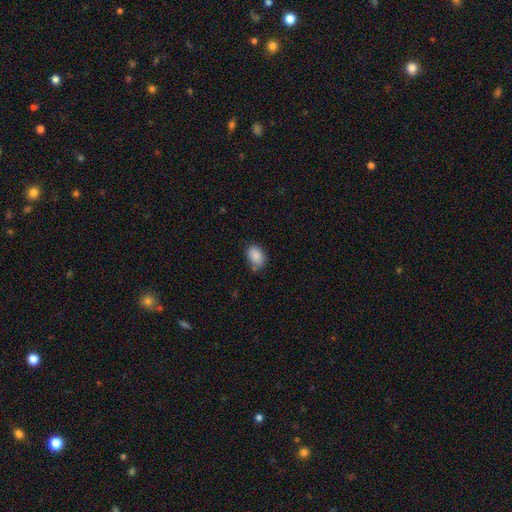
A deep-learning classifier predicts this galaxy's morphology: This appears to be a smooth galaxy with no disk features (88%) that is in between round and cigar-shaped (83%). Merging: none (74%).